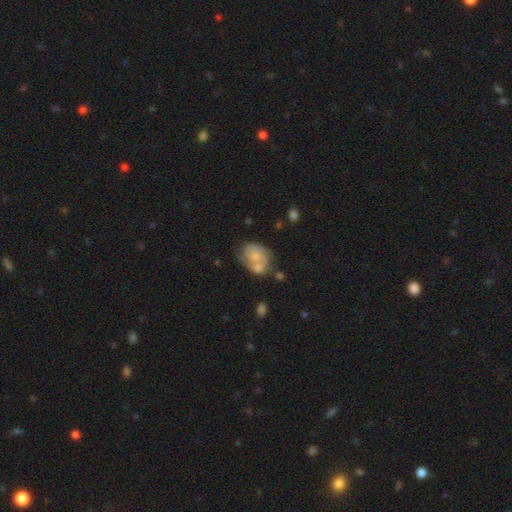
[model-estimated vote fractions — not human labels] smooth-or-featured: smooth: 59% | featured or disk: 34% | star or artifact: 8%
  how-rounded: in between: 58% | round: 41% | cigar-shaped: 1%
  merging: merger: 37% | none: 33% | minor disturbance: 19% | major disturbance: 10%